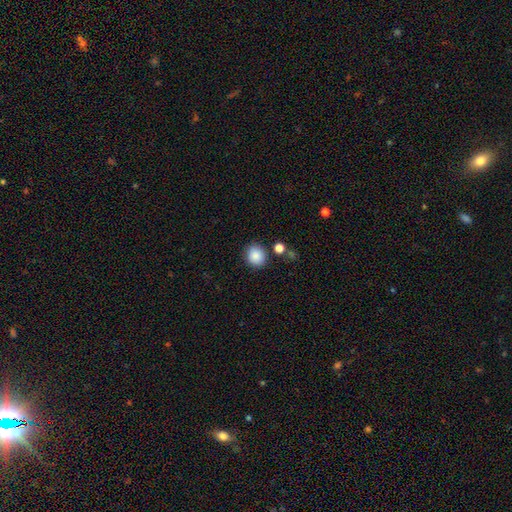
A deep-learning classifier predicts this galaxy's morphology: smooth 87%, star or artifact 9%, featured or disk 4%. Down the decision tree: how rounded — round (82%); merging — none (83%).